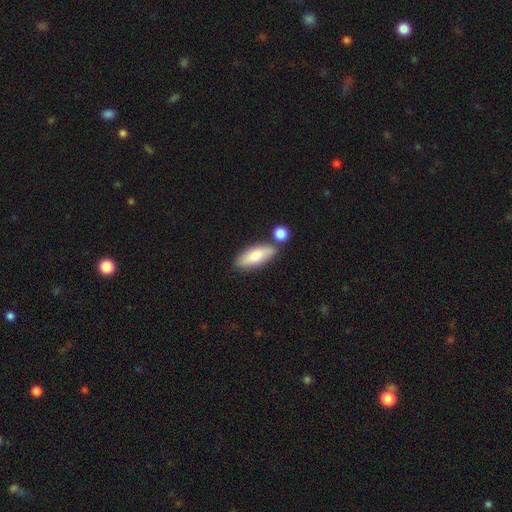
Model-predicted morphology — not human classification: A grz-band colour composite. It shows a smooth galaxy with no disk features (80%) that is in between round and cigar-shaped (71%). Merging: none (67%).